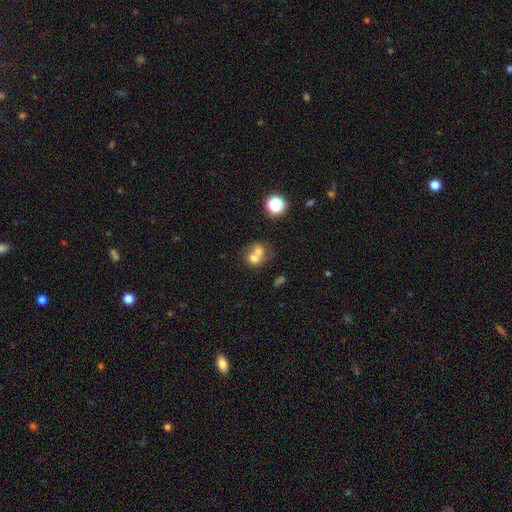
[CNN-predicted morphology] This appears to be a smooth galaxy with no disk features (63%) that is round (67%). Merging: merger (68%).